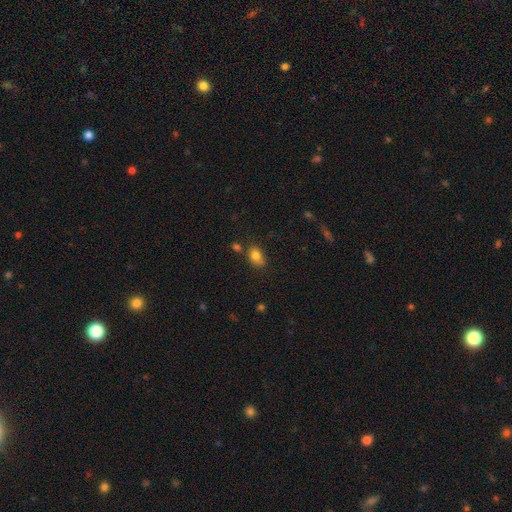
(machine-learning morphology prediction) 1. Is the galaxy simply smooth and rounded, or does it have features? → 82% smooth, 10% star or artifact, 8% featured or disk.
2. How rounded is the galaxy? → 82% in between, 16% round, 2% cigar-shaped.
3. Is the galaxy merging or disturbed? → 67% none, 20% minor disturbance, 8% merger, 5% major disturbance.